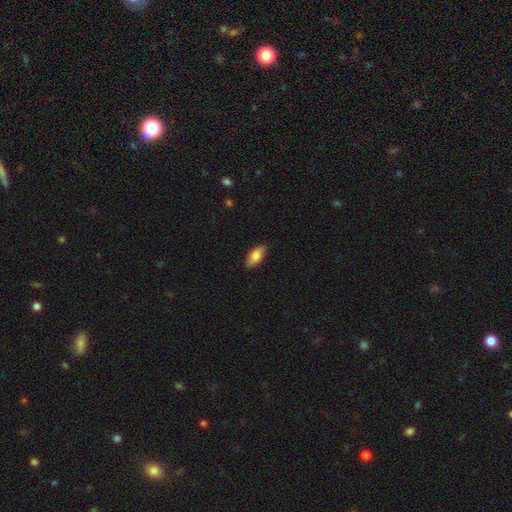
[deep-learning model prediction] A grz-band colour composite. It shows a smooth galaxy with no disk features (79%) that is in between round and cigar-shaped (87%). Merging: none (86%).